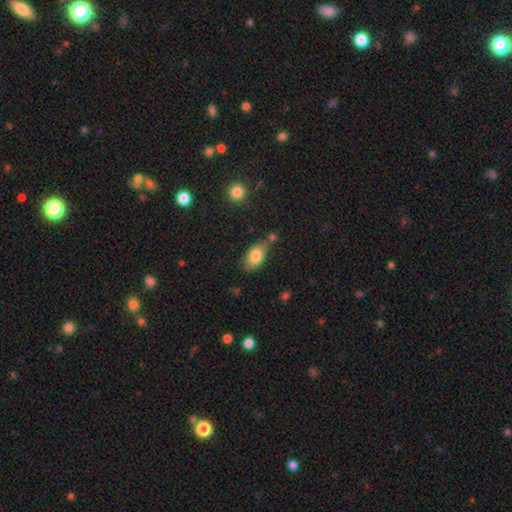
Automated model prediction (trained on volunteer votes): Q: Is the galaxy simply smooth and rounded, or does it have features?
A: smooth — 82%.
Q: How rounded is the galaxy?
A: in between — 90%.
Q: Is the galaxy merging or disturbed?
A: none — 64%.